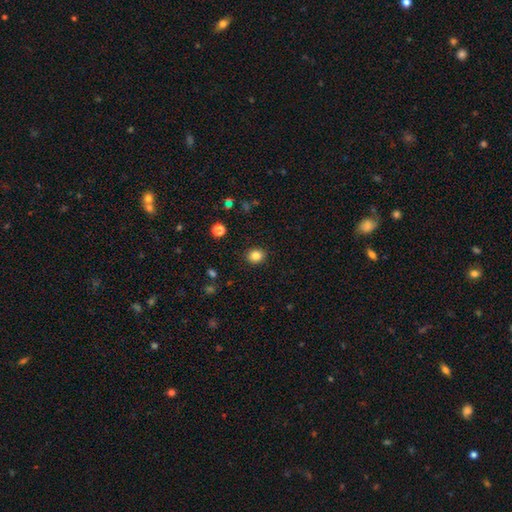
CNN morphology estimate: Smooth or featured?
  - smooth: 84% *
  - star or artifact: 11%
  - featured or disk: 5%
How rounded?
  - round: 74% *
  - in between: 25%
  - cigar-shaped: 1%
Merging?
  - none: 90% *
  - minor disturbance: 6%
  - major disturbance: 2%
  - merger: 1%